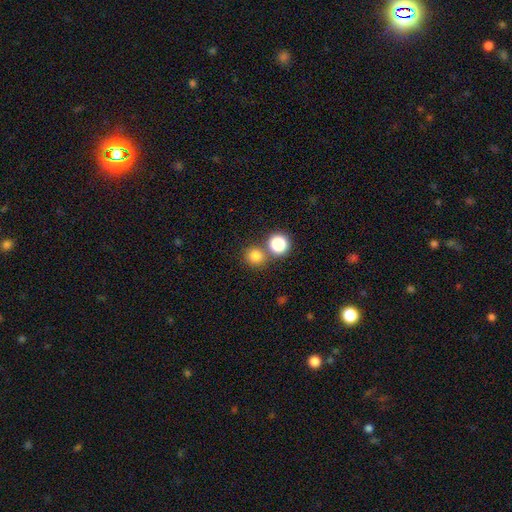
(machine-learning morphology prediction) A smooth galaxy with no disk features (80%) that is round (89%). Merging: none (61%).